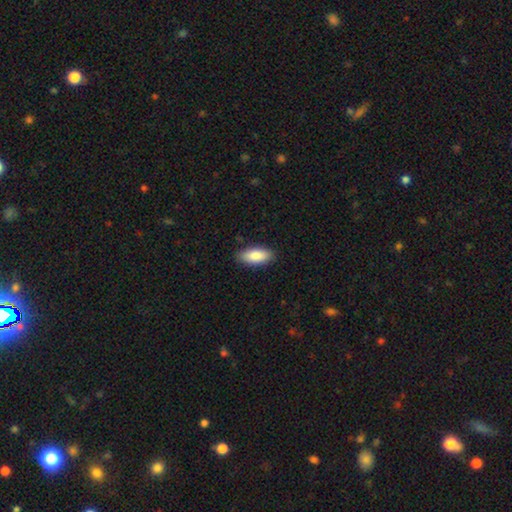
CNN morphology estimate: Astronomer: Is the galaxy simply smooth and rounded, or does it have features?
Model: smooth — 87%.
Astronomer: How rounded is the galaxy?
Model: in between — 86%.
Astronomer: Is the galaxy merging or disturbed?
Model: none — 87%.